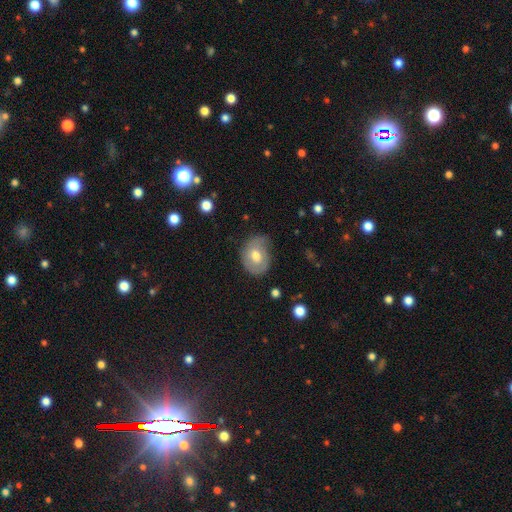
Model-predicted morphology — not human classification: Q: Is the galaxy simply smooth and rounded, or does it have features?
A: smooth — 60%.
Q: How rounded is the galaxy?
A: in between — 57%.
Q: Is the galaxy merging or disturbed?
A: none — 58%.